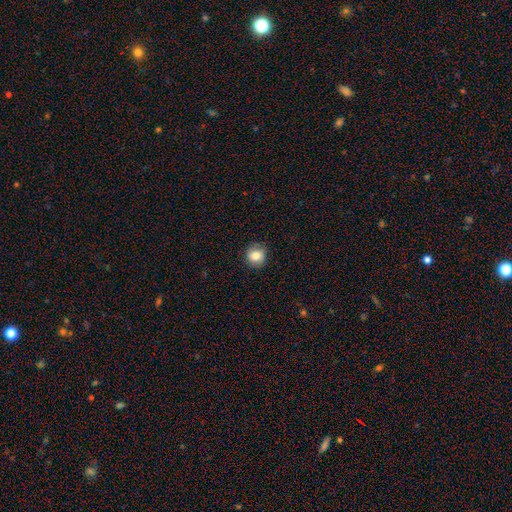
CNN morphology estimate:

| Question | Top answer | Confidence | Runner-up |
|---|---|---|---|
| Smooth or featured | smooth | 77% | featured or disk (14%) |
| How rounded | round | 85% | in between (14%) |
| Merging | none | 83% | minor disturbance (13%) |